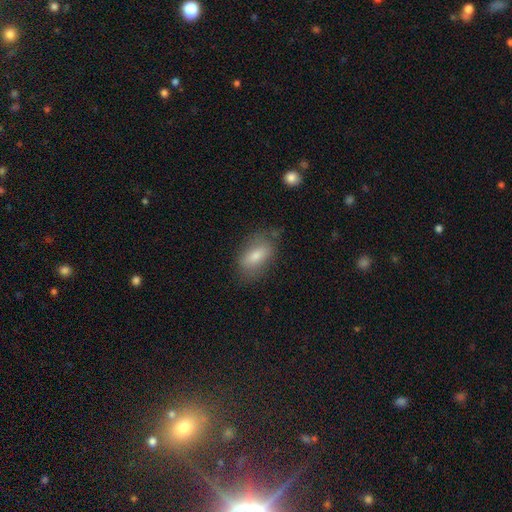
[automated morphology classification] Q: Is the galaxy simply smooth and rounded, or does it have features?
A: smooth — 75%.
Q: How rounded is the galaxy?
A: in between — 87%.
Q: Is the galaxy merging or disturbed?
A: none — 71%.